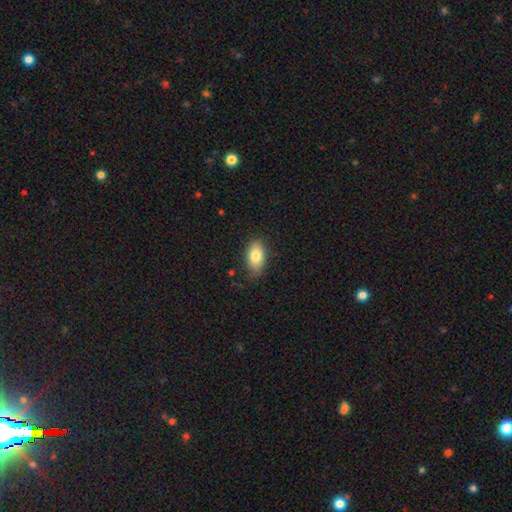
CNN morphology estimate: Smooth or featured?
  - smooth: 82% *
  - featured or disk: 11%
  - star or artifact: 7%
How rounded?
  - in between: 91% *
  - round: 5%
  - cigar-shaped: 4%
Merging?
  - none: 79% *
  - minor disturbance: 16%
  - major disturbance: 3%
  - merger: 1%